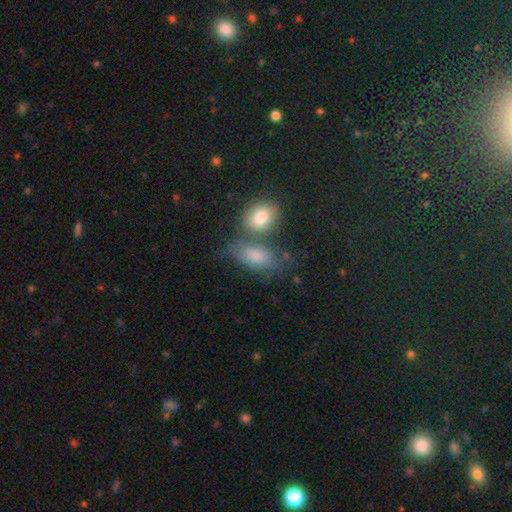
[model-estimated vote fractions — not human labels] The model was most divided on "merging": none: 44%, merger: 30%, minor disturbance: 17%, major disturbance: 8%. More confident: how rounded — in between (87%); smooth or featured — smooth (79%).